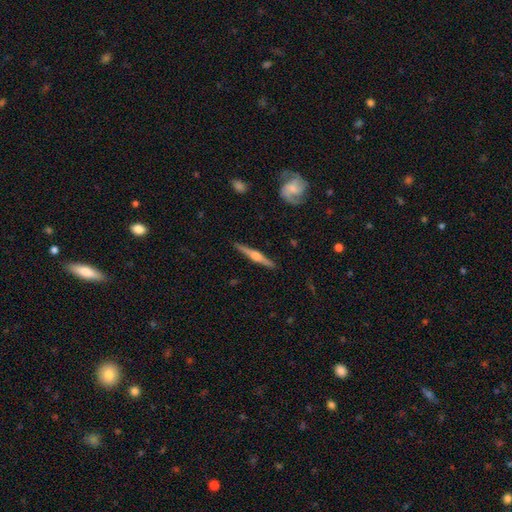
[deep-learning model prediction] This appears to be a featured or disk galaxy (81%) viewed edge-on (98%) with a rounded central bulge (88%). Merging: none (90%).